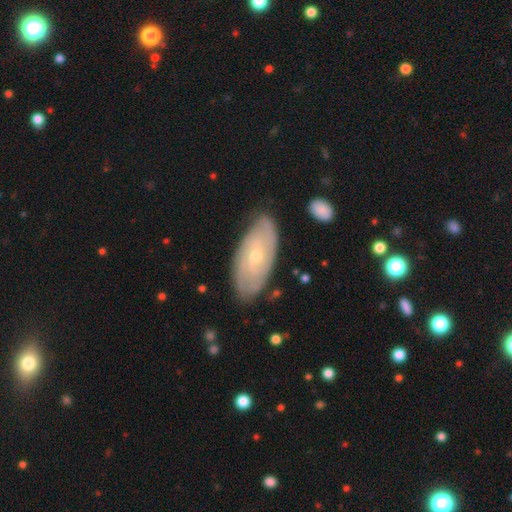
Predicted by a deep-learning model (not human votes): Smooth or featured: featured or disk — 71% (smooth — 23%)
Edge-on disk: no — 91% (yes — 9%)
Bar: no — 76% (weak — 20%)
Spiral arms: yes — 83% (no — 17%)
Spiral winding: tight — 71% (medium — 22%)
Spiral arm count: can't tell — 52% (2 — 25%)
Bulge size: small — 68% (moderate — 30%)
Merging: none — 79% (minor disturbance — 16%)